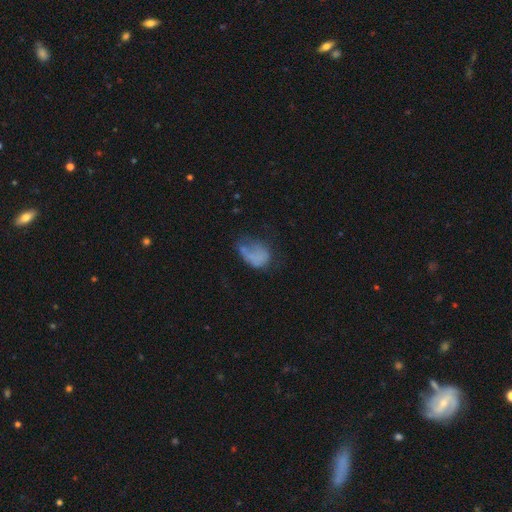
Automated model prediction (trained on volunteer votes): The model was most divided on "merging": major disturbance: 40%, none: 27%, minor disturbance: 27%, merger: 6%. More confident: how rounded — in between (80%); smooth or featured — smooth (60%).